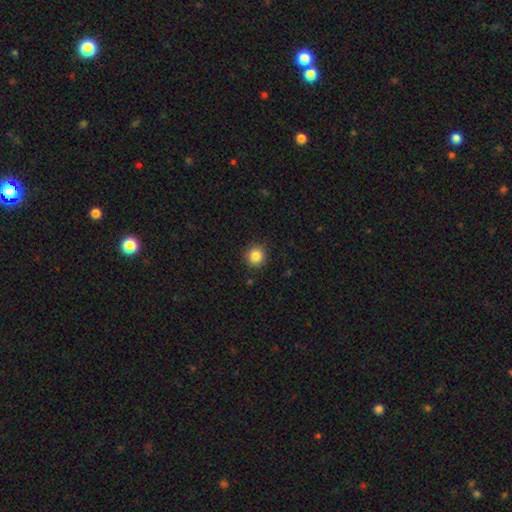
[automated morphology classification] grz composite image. It shows a smooth galaxy with no disk features (85%) that is round (94%). Merging: none (90%).